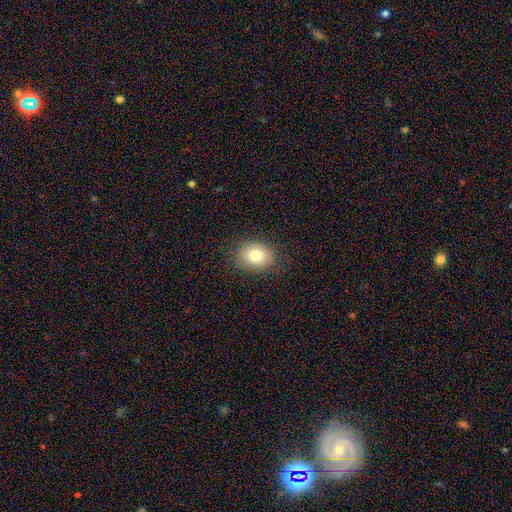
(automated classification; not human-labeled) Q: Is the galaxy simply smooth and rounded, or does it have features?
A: smooth — 78%.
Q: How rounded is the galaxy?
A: in between — 54%.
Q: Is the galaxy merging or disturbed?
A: none — 85%.